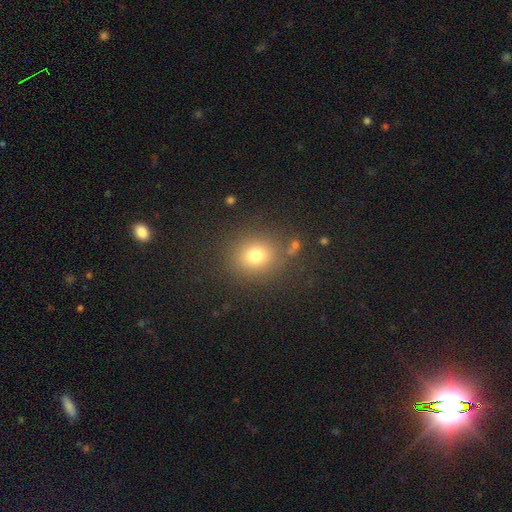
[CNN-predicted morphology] Smooth or featured: smooth — 76% (star or artifact — 15%)
How rounded: round — 76% (in between — 23%)
Merging: none — 83% (minor disturbance — 10%)